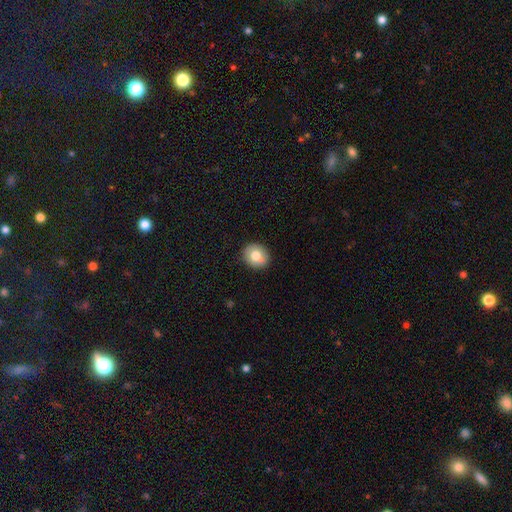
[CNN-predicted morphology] A smooth galaxy with no disk features (75%) that is round (62%). Merging: none (86%).